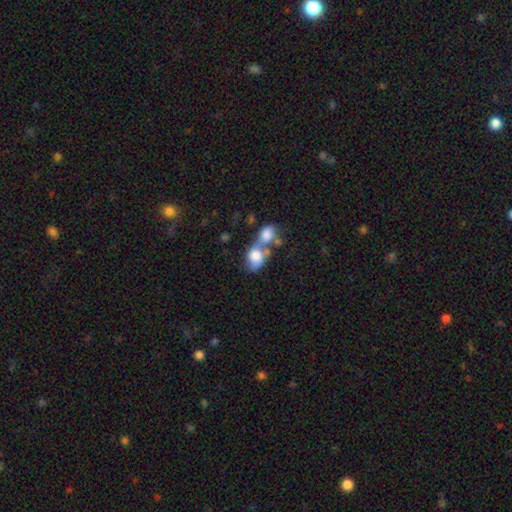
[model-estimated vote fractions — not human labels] This appears to be a smooth galaxy with no disk features (65%) that is in between round and cigar-shaped (64%). Merging: merger (73%).